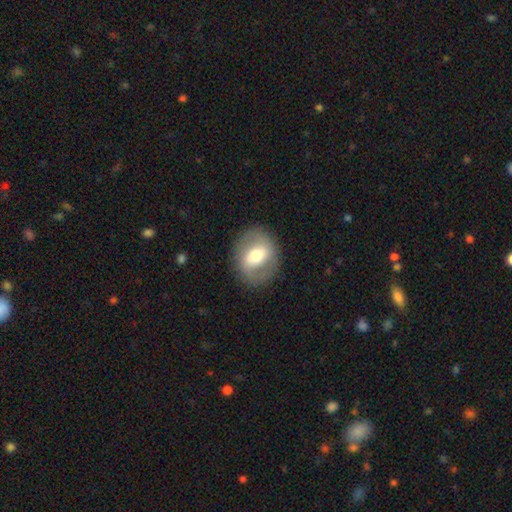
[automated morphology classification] type=featured or disk (49%); merging=none (83%).